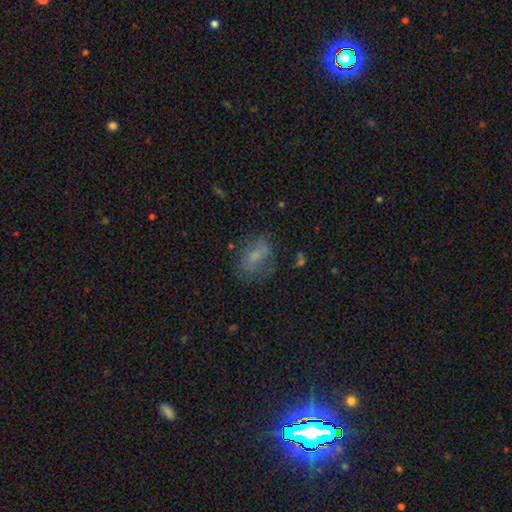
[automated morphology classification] The model was most divided on "merging": none: 62%, minor disturbance: 22%, major disturbance: 13%, merger: 3%. More confident: how rounded — in between (80%); smooth or featured — smooth (66%).